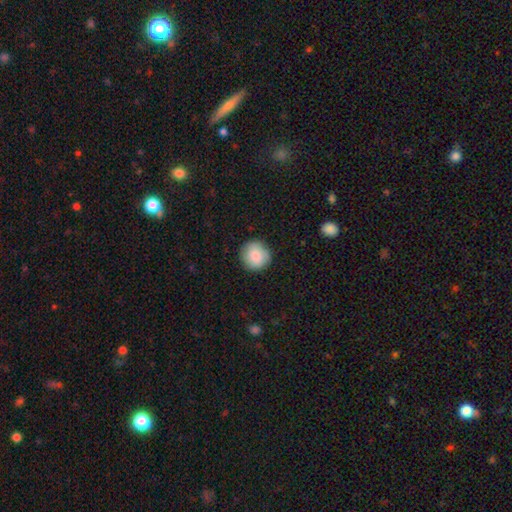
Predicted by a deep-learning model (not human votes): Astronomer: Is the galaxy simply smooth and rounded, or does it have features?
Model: smooth — 85%.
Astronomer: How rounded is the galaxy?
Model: round — 95%.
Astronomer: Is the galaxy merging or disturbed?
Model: none — 88%.